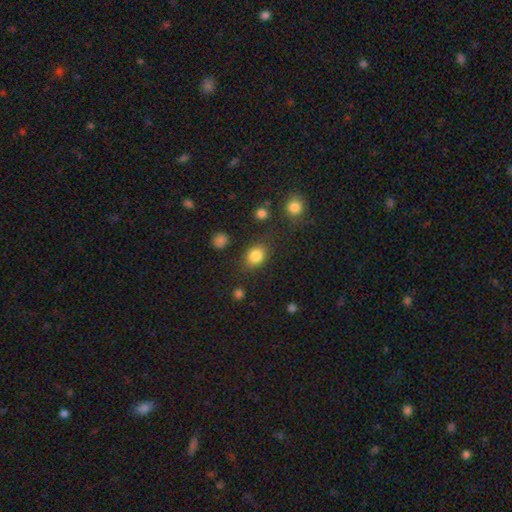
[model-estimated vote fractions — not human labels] Smooth or featured? smooth (82%)
How rounded? in between (53%)
Merging? none (75%)